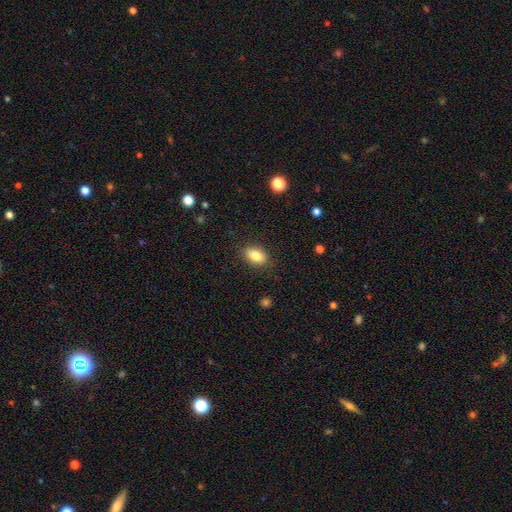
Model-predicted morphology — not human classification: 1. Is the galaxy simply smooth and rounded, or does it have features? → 83% smooth, 9% featured or disk, 8% star or artifact.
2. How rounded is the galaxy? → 88% in between, 9% round, 3% cigar-shaped.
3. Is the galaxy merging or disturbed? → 86% none, 10% minor disturbance, 3% major disturbance, 1% merger.